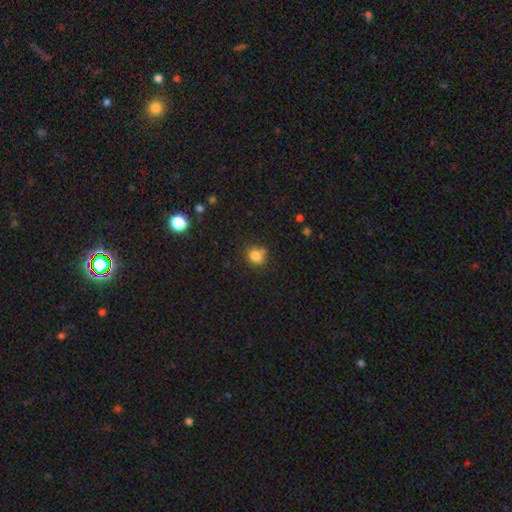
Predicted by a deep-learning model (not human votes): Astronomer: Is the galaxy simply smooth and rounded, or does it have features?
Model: smooth — 81%.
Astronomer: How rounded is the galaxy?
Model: round — 67%.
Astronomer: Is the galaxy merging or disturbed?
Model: none — 67%.